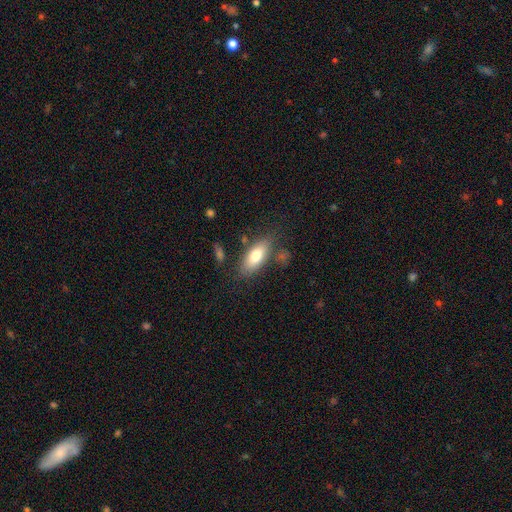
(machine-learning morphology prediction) Smooth or featured? smooth (75%)
How rounded? in between (81%)
Merging? none (74%)